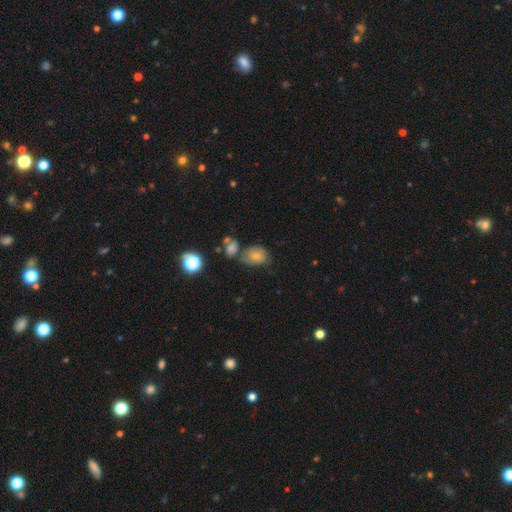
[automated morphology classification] Overall: smooth (42%; star or artifact 29%). Merging: none (56%; merger 19%).